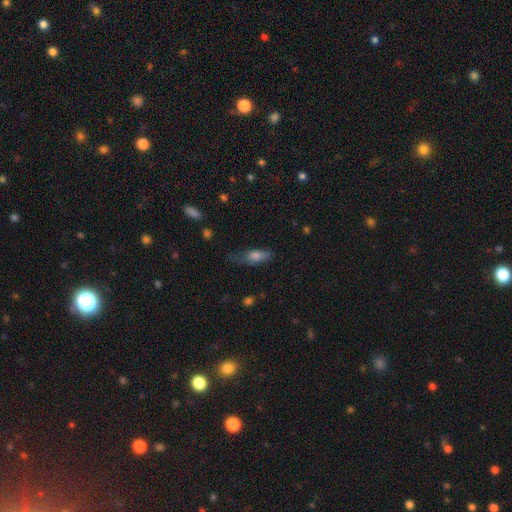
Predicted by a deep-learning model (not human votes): This appears to be a smooth galaxy with no disk features (73%) that is in between round and cigar-shaped (67%). Merging: none (43%).